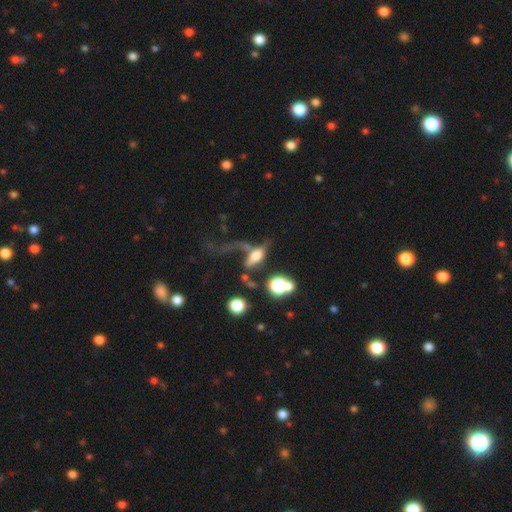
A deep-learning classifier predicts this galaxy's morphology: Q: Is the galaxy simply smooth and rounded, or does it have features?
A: smooth — 48%.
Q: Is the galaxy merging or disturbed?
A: major disturbance — 44%.